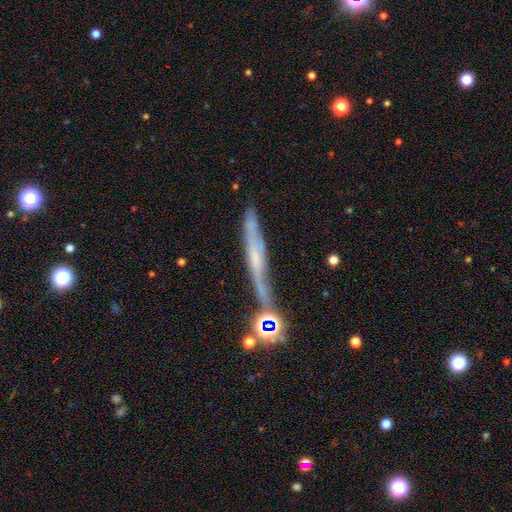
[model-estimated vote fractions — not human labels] Morphology: type=featured or disk (55%); edge-on=yes (86%); merging=none (64%).